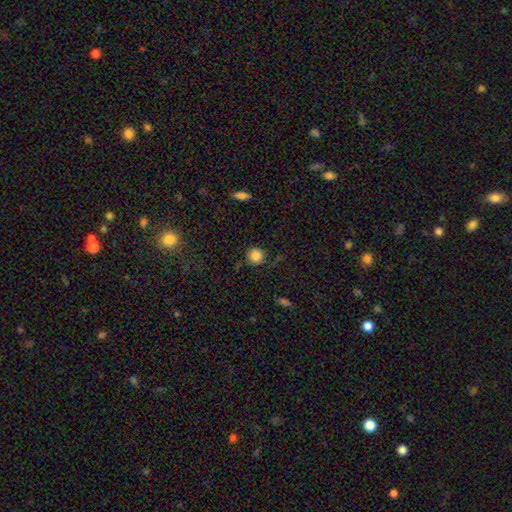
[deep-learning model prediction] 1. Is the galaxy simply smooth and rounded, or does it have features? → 84% smooth, 11% star or artifact, 6% featured or disk.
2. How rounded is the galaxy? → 92% round, 7% in between, 1% cigar-shaped.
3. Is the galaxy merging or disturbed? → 80% none, 14% minor disturbance, 4% major disturbance, 2% merger.